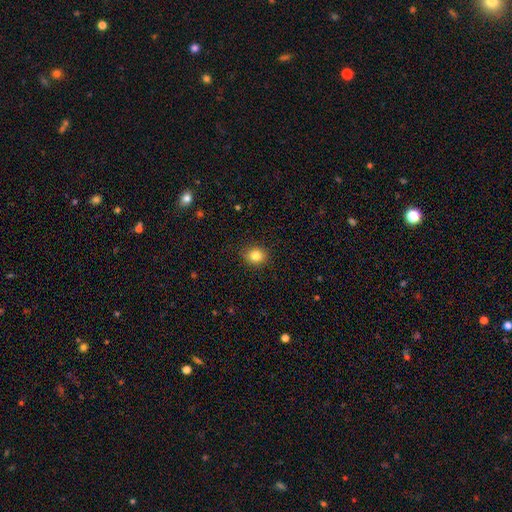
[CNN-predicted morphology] Overall: smooth (83%). How rounded: round (72%). Merging: none (88%).